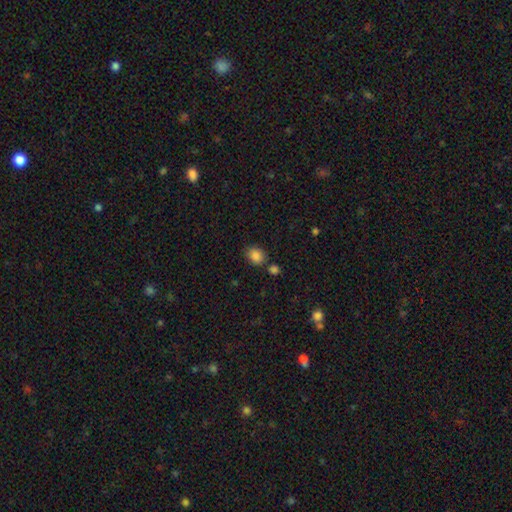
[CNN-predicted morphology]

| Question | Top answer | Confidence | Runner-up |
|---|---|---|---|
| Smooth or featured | smooth | 86% | star or artifact (10%) |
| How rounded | in between | 53% | round (46%) |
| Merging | none | 69% | minor disturbance (17%) |